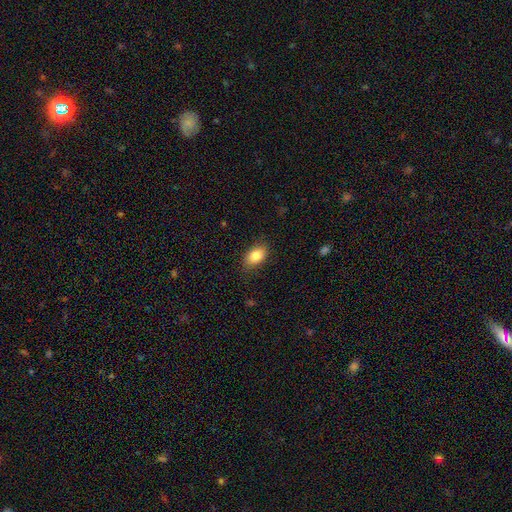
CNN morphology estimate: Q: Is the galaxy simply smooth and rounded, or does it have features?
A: smooth — 84%.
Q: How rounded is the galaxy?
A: in between — 88%.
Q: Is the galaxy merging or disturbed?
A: none — 83%.